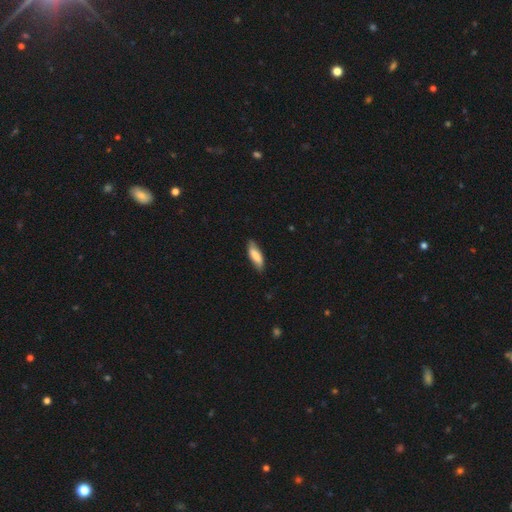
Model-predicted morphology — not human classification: Smooth or featured?
  - smooth: 77% *
  - featured or disk: 17%
  - star or artifact: 6%
How rounded?
  - in between: 61% *
  - cigar-shaped: 37%
  - round: 2%
Merging?
  - none: 78% *
  - minor disturbance: 18%
  - major disturbance: 3%
  - merger: 1%